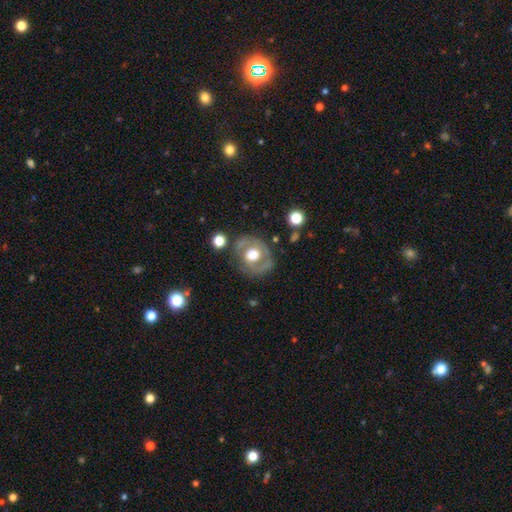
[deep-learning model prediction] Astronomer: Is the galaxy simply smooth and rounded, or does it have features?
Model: featured or disk — 60%.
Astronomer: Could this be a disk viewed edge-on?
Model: no — 95%.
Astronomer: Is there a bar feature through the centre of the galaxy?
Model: no — 75%.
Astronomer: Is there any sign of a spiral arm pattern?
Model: no — 63%.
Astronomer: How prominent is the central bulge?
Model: moderate — 63%.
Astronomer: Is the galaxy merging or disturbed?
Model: none — 75%.